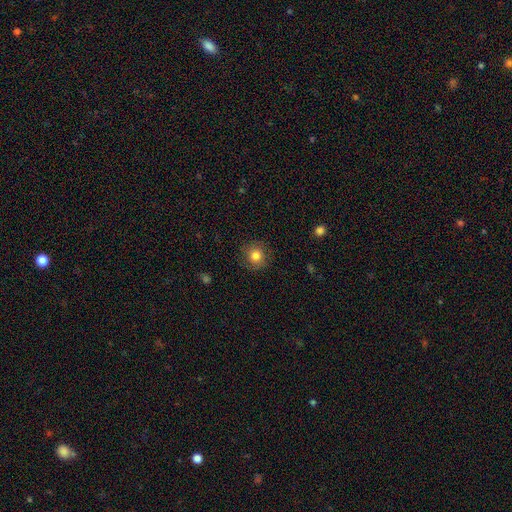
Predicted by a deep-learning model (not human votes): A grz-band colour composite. It shows a smooth galaxy with no disk features (81%) that is round (92%). Merging: none (87%).